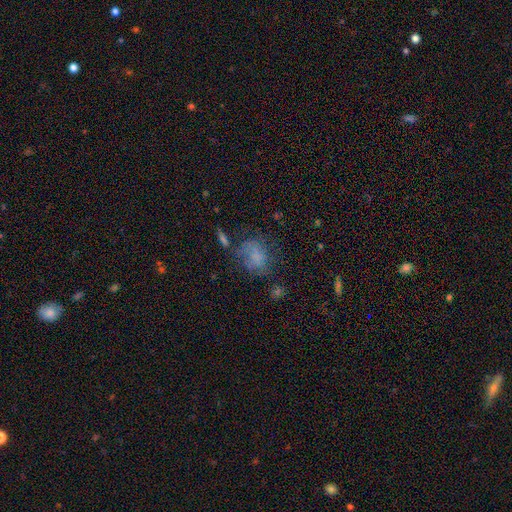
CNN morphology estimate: type=smooth (59%); roundness=in between (58%); merging=none (46%).